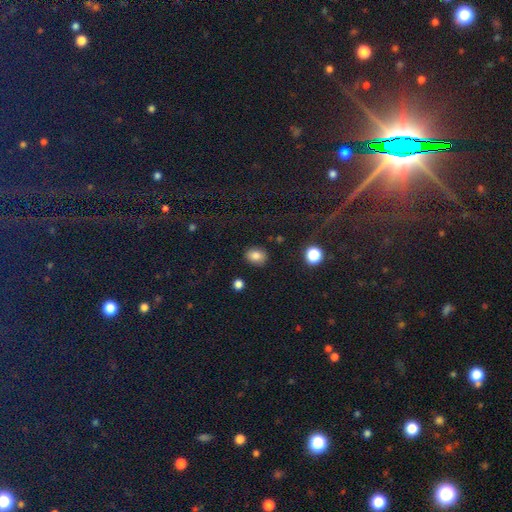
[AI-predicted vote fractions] smooth-or-featured: smooth: 84% | star or artifact: 10% | featured or disk: 6%
  how-rounded: in between: 58% | round: 41% | cigar-shaped: 1%
  merging: none: 85% | minor disturbance: 10% | major disturbance: 3% | merger: 2%